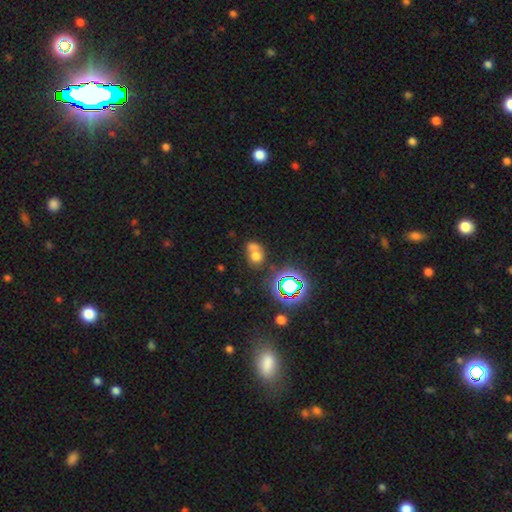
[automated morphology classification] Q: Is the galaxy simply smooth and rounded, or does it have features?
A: smooth — 62%.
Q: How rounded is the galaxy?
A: round — 61%.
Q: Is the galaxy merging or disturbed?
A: merger — 52%.